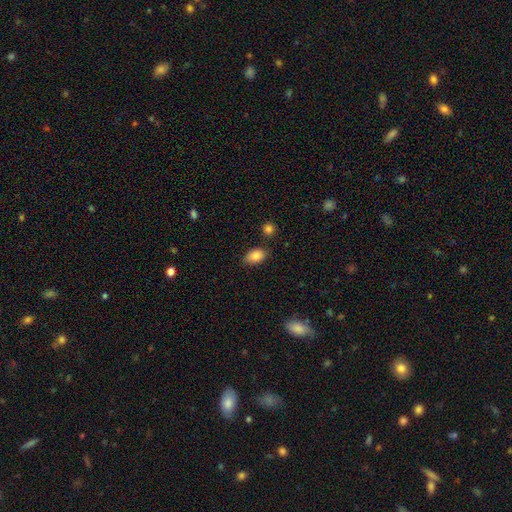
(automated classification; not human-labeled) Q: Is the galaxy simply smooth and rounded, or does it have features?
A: smooth — 87%.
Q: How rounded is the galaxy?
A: in between — 89%.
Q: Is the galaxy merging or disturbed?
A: none — 80%.